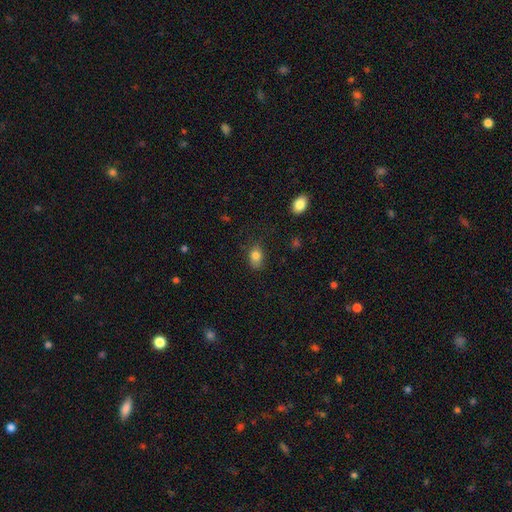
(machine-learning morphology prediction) A smooth galaxy with no disk features (82%) that is in between round and cigar-shaped (77%).

Vote fractions:
- Smooth or featured? smooth: 82% / star or artifact: 10% / featured or disk: 8%
- How rounded? in between: 77% / round: 21% / cigar-shaped: 2%
- Merging? none: 72% / minor disturbance: 21% / major disturbance: 5% / merger: 2%